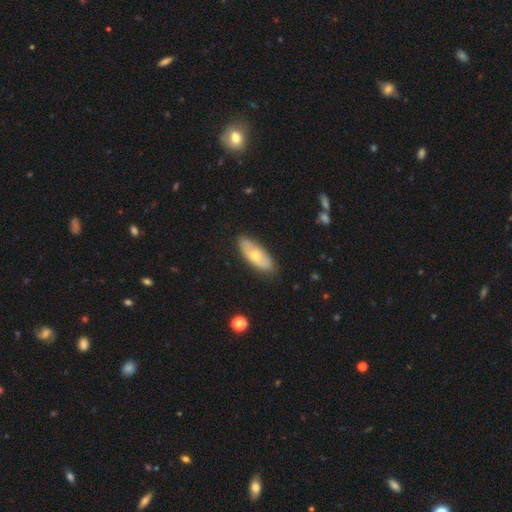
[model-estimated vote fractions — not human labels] A smooth galaxy with no disk features (59%) that is in between round and cigar-shaped (77%).

Vote fractions:
- Smooth or featured? smooth: 59% / featured or disk: 36% / star or artifact: 6%
- How rounded? in between: 77% / cigar-shaped: 21% / round: 3%
- Merging? none: 82% / minor disturbance: 14% / major disturbance: 3% / merger: 1%